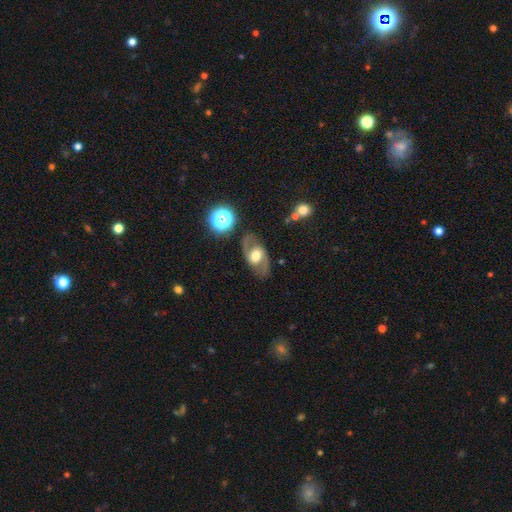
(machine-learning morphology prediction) featured or disk 65%, smooth 26%, star or artifact 8%. Down the decision tree: edge-on disk — no (93%); bar — no (50%); spiral arms — yes (75%); bulge size — moderate (53%); merging — none (79%).